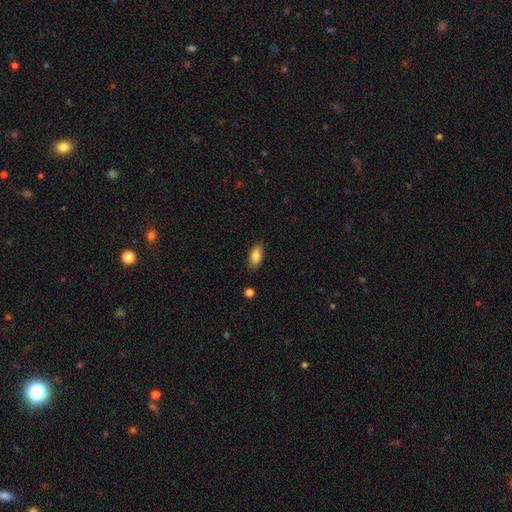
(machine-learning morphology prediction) The model was most divided on "smooth or featured": smooth: 81%, featured or disk: 12%, star or artifact: 7%. More confident: how rounded — in between (86%); merging — none (86%).